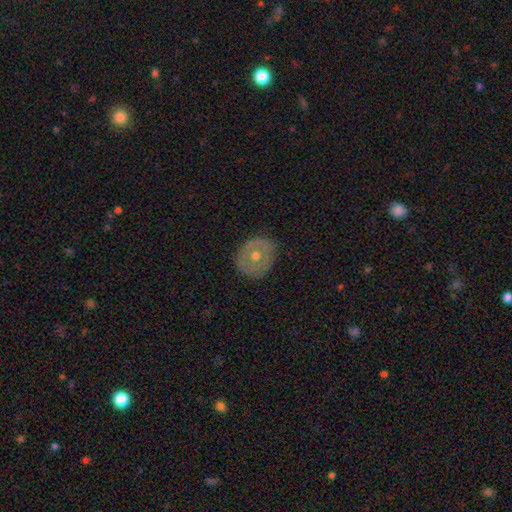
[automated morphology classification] type=featured or disk (48%); merging=none (85%).